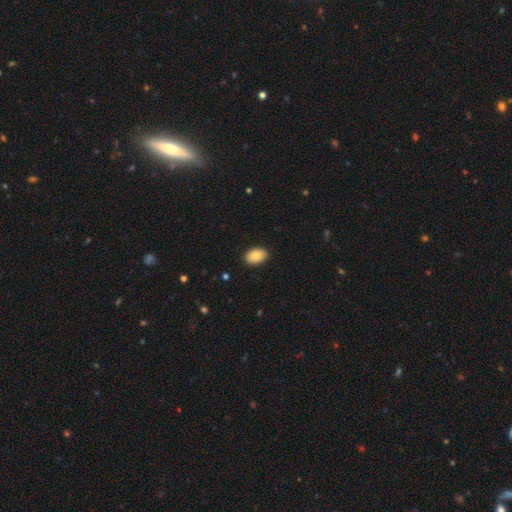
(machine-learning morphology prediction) Smooth or featured?
  - smooth: 86% *
  - star or artifact: 7%
  - featured or disk: 7%
How rounded?
  - in between: 88% *
  - round: 11%
  - cigar-shaped: 1%
Merging?
  - none: 89% *
  - minor disturbance: 8%
  - major disturbance: 2%
  - merger: 1%